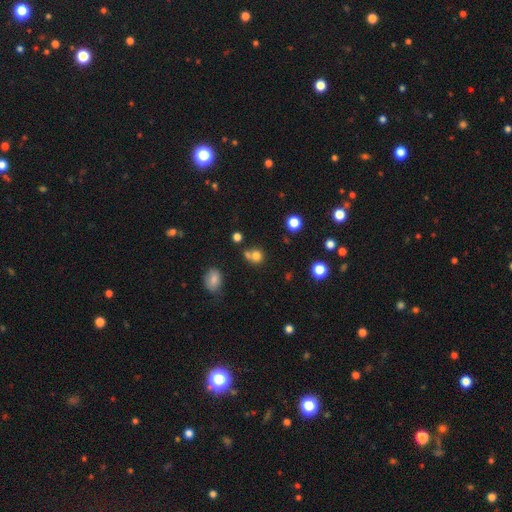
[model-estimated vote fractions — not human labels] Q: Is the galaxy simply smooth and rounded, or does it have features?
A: smooth — 76%.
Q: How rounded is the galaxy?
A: round — 83%.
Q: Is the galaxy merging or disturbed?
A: none — 49%.